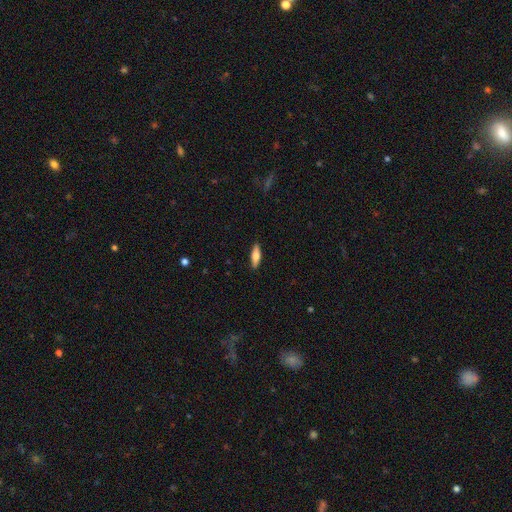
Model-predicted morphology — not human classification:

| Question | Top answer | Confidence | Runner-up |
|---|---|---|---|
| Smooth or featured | smooth | 72% | featured or disk (22%) |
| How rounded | cigar-shaped | 49% | tied: in between (49%) |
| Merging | none | 89% | minor disturbance (8%) |